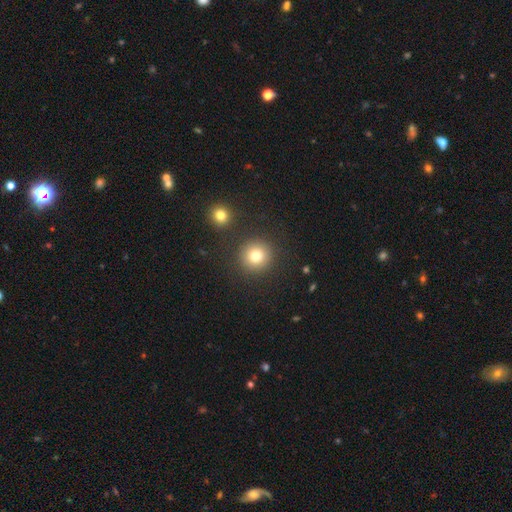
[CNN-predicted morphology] Smooth or featured?
  - smooth: 79% *
  - star or artifact: 13%
  - featured or disk: 8%
How rounded?
  - round: 94% *
  - in between: 5%
  - cigar-shaped: 1%
Merging?
  - none: 88% *
  - minor disturbance: 6%
  - merger: 4%
  - major disturbance: 3%